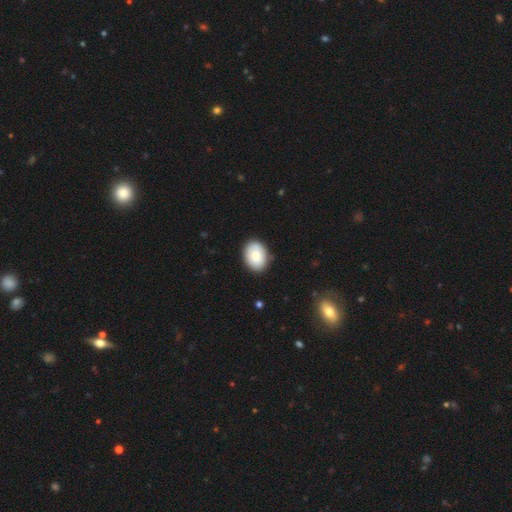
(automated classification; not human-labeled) Smooth or featured: smooth — 80% (featured or disk — 14%)
How rounded: in between — 73% (round — 26%)
Merging: none — 85% (minor disturbance — 11%)